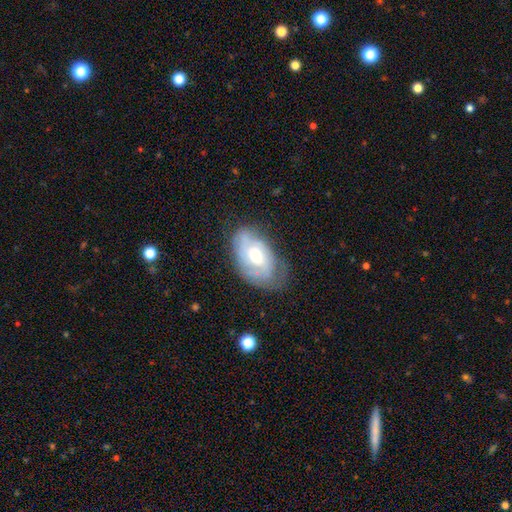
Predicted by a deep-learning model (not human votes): featured or disk 61%, smooth 32%, star or artifact 7%. Down the decision tree: edge-on disk — no (93%); bar — no (69%); spiral arms — yes (69%); bulge size — moderate (67%); merging — none (59%).